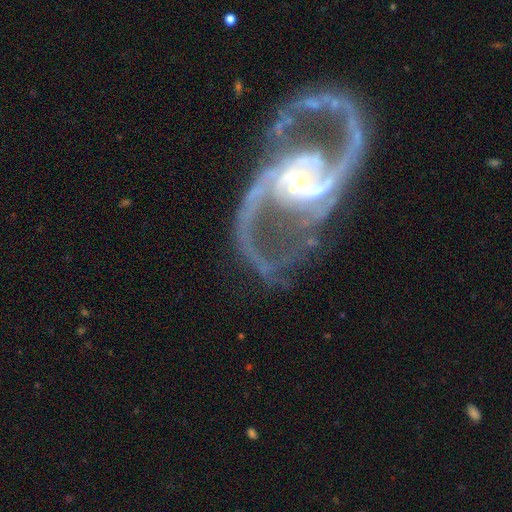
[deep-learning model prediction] Smooth or featured?
  - featured or disk: 94% *
  - star or artifact: 4%
  - smooth: 2%
Edge-on disk?
  - no: 98% *
  - yes: 2%
Bar?
  - weak: 36% *
  - no: 35%
  - strong: 30%
Spiral arms?
  - yes: 98% *
  - no: 2%
Spiral winding?
  - medium: 56% *
  - loose: 32%
  - tight: 12%
Spiral arm count?
  - 2: 94% *
  - 3: 2%
  - can't tell: 1%
  - 1: 1%
  - 4: 1%
  - more than 4: 1%
Bulge size?
  - small: 66% *
  - moderate: 25%
  - large: 4%
  - none: 3%
  - dominant: 2%
Merging?
  - none: 73% *
  - minor disturbance: 13%
  - major disturbance: 11%
  - merger: 3%